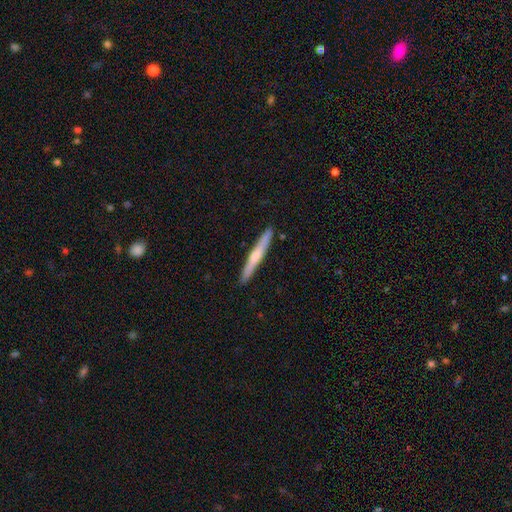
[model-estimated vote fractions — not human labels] smooth_or_featured: smooth (p=0.48) [alt: featured or disk p=0.47]
merging: none (p=0.91) [alt: minor disturbance p=0.06]